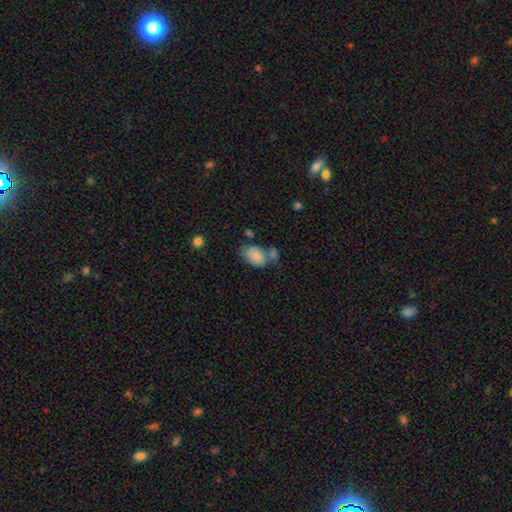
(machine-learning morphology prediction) This appears to be a smooth galaxy with no disk features (79%) that is in between round and cigar-shaped (88%). Merging: none (41%).